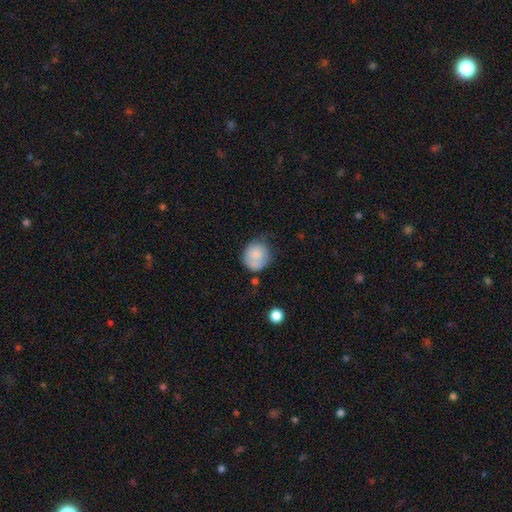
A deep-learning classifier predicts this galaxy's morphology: This appears to be a smooth galaxy with no disk features (80%) that is round (77%). Merging: none (52%).